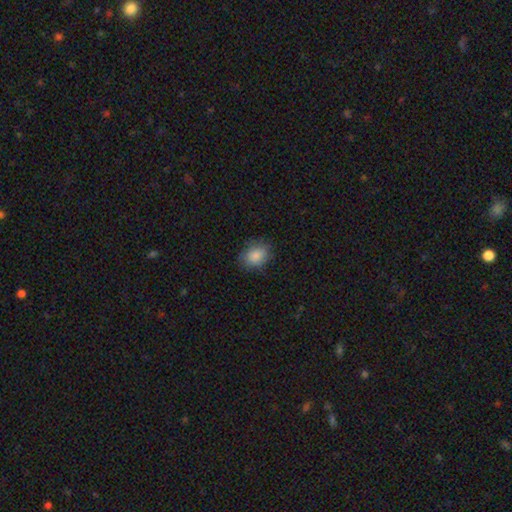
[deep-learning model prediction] Morphology: type=smooth (87%); roundness=in between (64%); merging=none (80%).